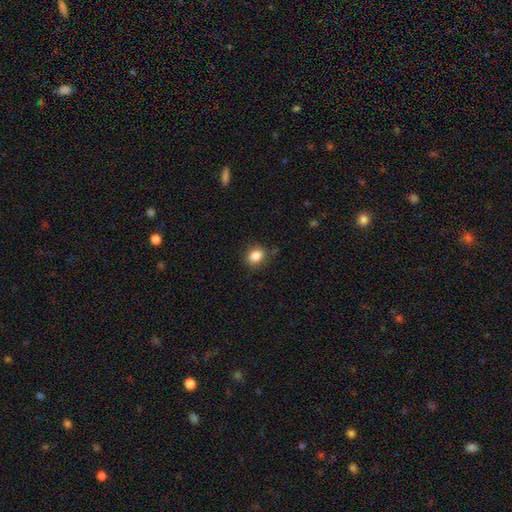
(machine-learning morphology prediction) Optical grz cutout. It shows a smooth galaxy with no disk features (85%) that is in between round and cigar-shaped (50%). Merging: none (81%).